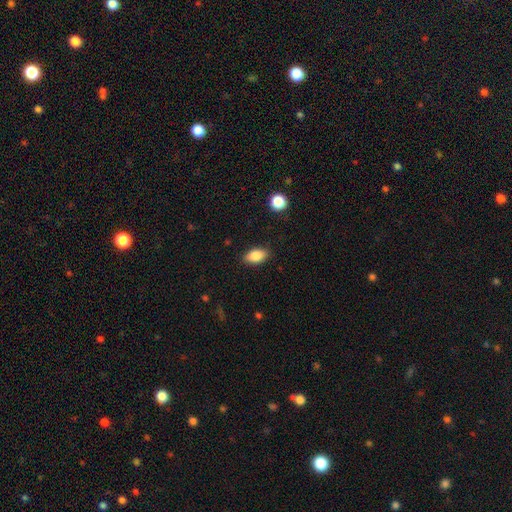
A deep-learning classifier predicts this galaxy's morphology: smooth_or_featured: smooth (p=0.85) [alt: star or artifact p=0.08]
how_rounded: in between (p=0.90) [alt: round p=0.07]
merging: none (p=0.86) [alt: minor disturbance p=0.10]